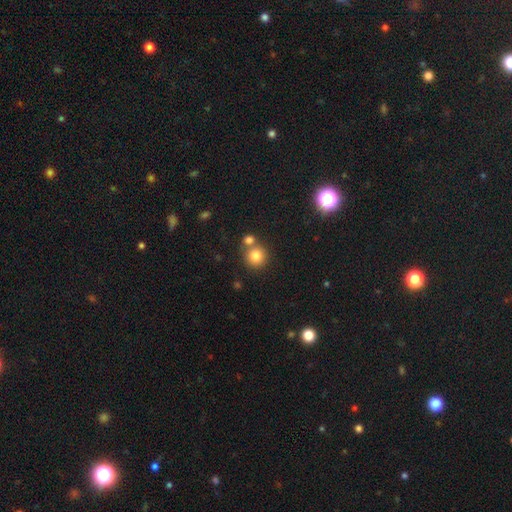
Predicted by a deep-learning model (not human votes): Smooth or featured? Predicted: smooth (p=0.80). How rounded? Predicted: round (p=0.91). Merging? Predicted: none (p=0.64).